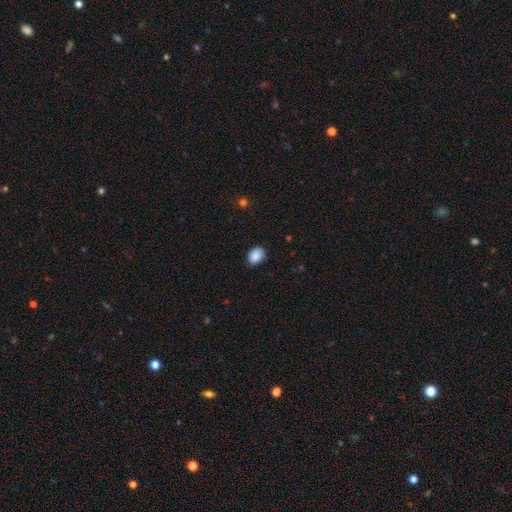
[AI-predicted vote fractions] Morphology: type=smooth (89%); roundness=in between (63%); merging=none (81%).